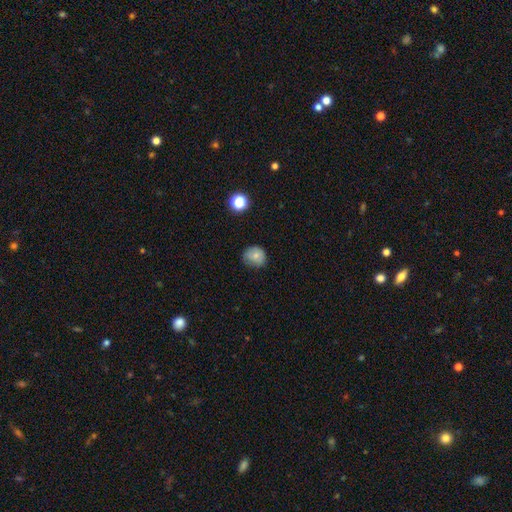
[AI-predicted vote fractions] Smooth or featured? Predicted: smooth (p=0.77). How rounded? Predicted: round (p=0.78). Merging? Predicted: none (p=0.67).